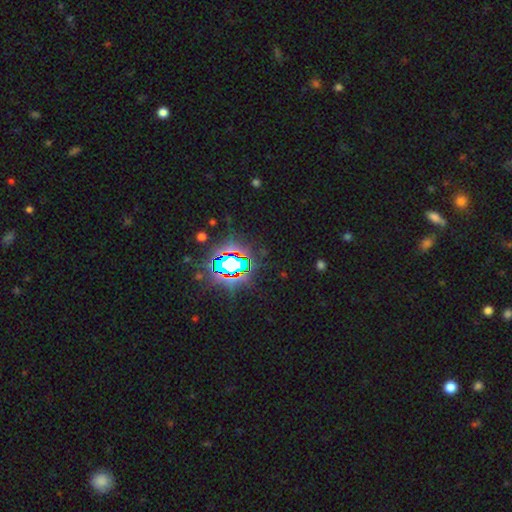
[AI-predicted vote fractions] A star or artifact, not a galaxy (84%).

Vote fractions:
- Smooth or featured? star or artifact: 84% / smooth: 9% / featured or disk: 6%